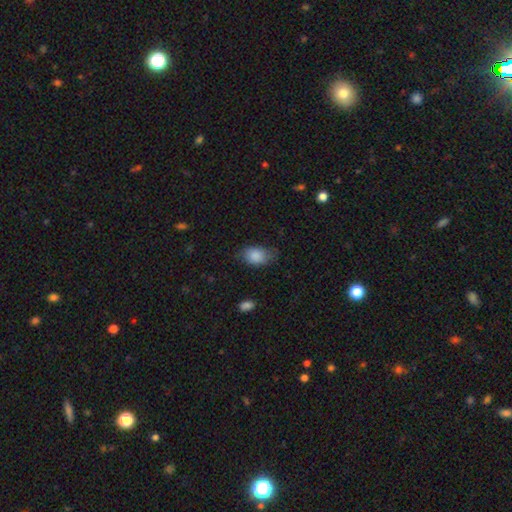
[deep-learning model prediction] Smooth or featured? Predicted: smooth (p=0.87). How rounded? Predicted: in between (p=0.87). Merging? Predicted: none (p=0.66).